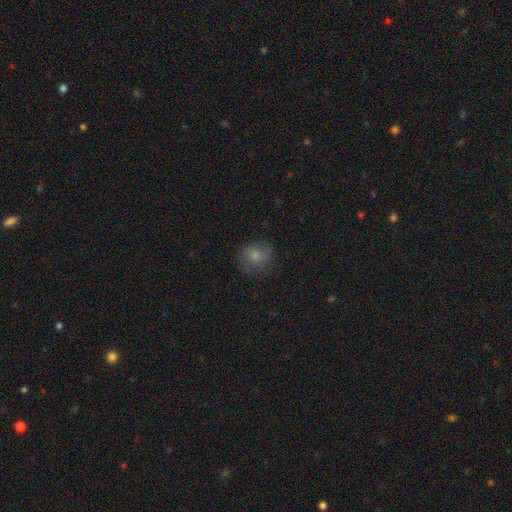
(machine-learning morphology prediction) Q: Smooth or featured?
A: smooth (78%); runner-up: featured or disk (11%)
Q: How rounded?
A: round (79%); runner-up: in between (20%)
Q: Merging?
A: none (69%); runner-up: minor disturbance (21%)